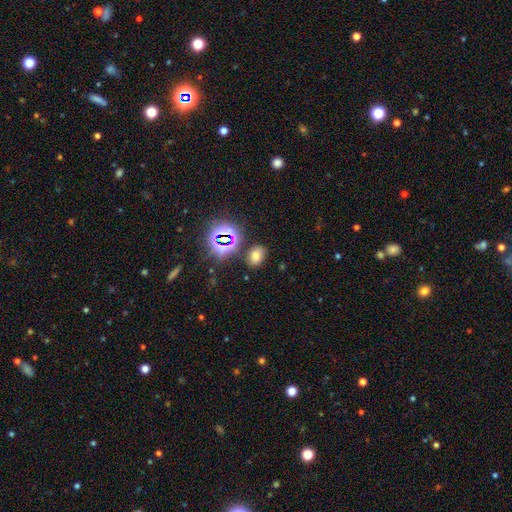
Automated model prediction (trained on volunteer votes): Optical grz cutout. It shows a smooth galaxy with no disk features (64%) that is in between round and cigar-shaped (71%). Merging: none (81%).